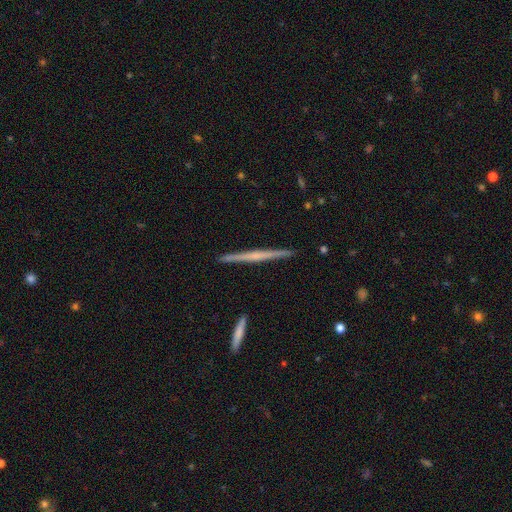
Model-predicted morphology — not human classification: smooth_or_featured: featured or disk (p=0.67) [alt: smooth p=0.27]
disk_edge_on: yes (p=0.98) [alt: no p=0.02]
edge_on_bulge: none (p=0.52) [alt: rounded p=0.39]
merging: none (p=0.92) [alt: minor disturbance p=0.06]